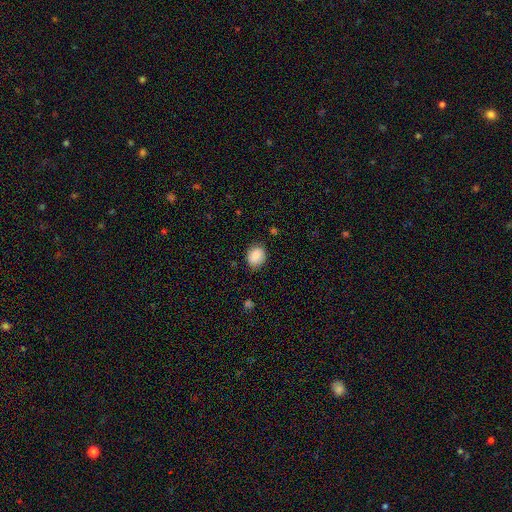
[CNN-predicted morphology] Q: Smooth or featured?
A: smooth (88%); runner-up: star or artifact (7%)
Q: How rounded?
A: round (56%); runner-up: in between (43%)
Q: Merging?
A: none (80%); runner-up: minor disturbance (15%)